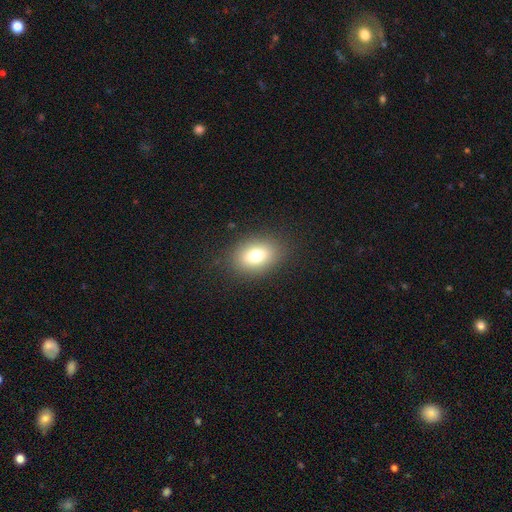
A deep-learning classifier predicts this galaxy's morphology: A smooth galaxy with no disk features (78%) that is in between round and cigar-shaped (78%). Merging: none (86%).